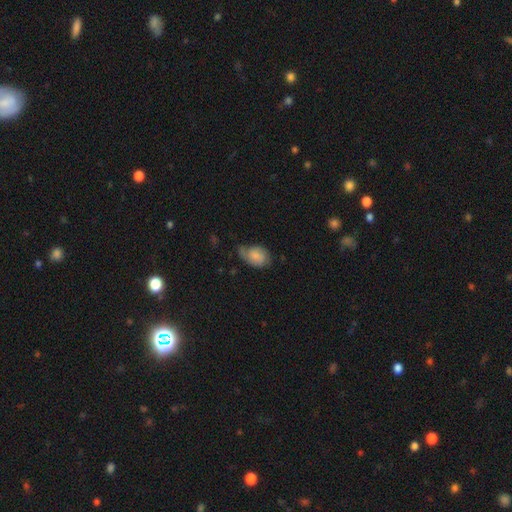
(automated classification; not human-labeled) The model was most divided on "merging": none: 42%, minor disturbance: 40%, major disturbance: 16%, merger: 2%. More confident: how rounded — in between (84%); smooth or featured — smooth (69%).